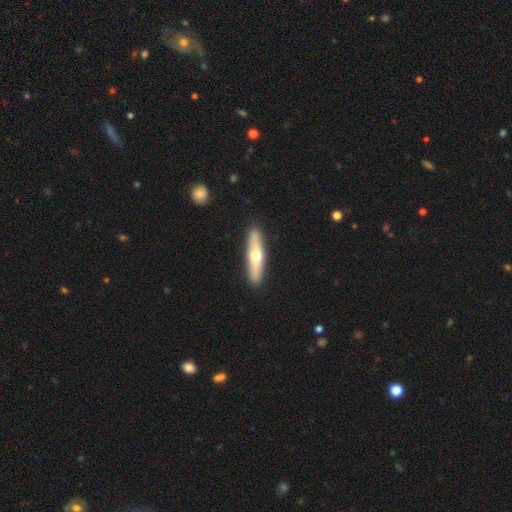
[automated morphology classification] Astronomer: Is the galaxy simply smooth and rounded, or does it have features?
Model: featured or disk — 52% (runner-up: smooth, 43%).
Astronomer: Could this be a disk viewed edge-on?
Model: yes — 83%.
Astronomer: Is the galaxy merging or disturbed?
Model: none — 91%.